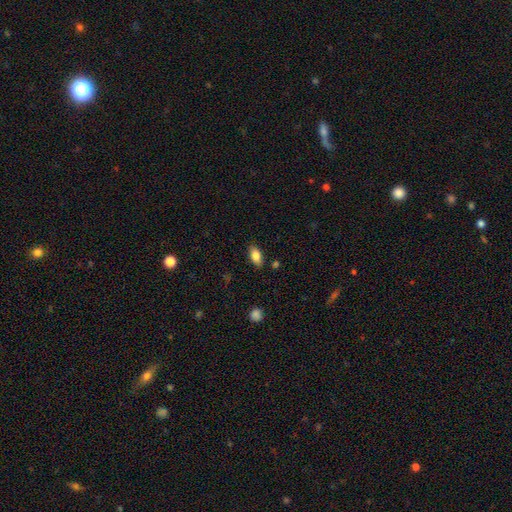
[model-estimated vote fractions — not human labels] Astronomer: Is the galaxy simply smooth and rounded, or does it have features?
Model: smooth — 83%.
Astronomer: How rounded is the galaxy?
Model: in between — 90%.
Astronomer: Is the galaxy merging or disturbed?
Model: none — 85%.